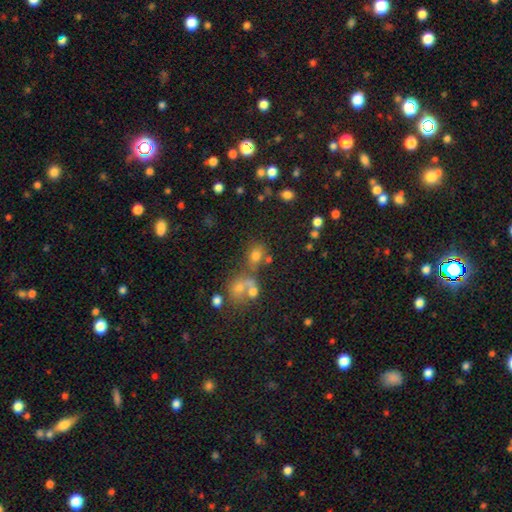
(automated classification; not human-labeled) Smooth or featured? smooth (70%)
How rounded? in between (57%)
Merging? none (53%)